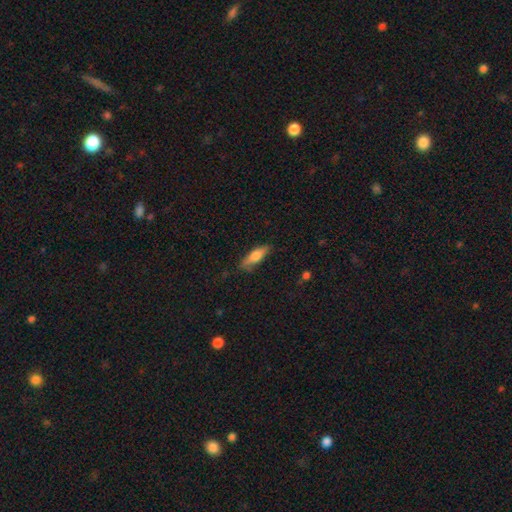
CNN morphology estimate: type=smooth (67%); roundness=cigar-shaped (55%); merging=none (77%).